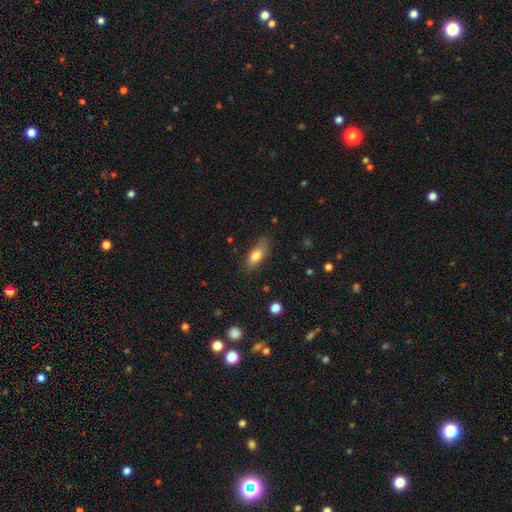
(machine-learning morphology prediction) Smooth or featured?
  - smooth: 77% *
  - featured or disk: 16%
  - star or artifact: 7%
How rounded?
  - in between: 78% *
  - cigar-shaped: 18%
  - round: 4%
Merging?
  - none: 78% *
  - minor disturbance: 17%
  - major disturbance: 4%
  - merger: 1%